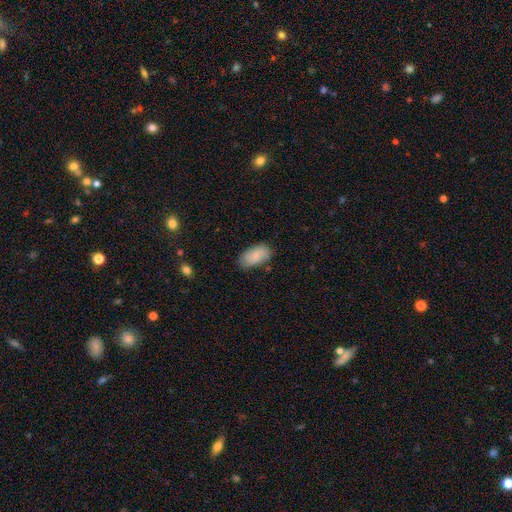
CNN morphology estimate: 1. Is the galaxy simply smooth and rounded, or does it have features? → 83% smooth, 11% featured or disk, 6% star or artifact.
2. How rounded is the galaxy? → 94% in between, 3% round, 3% cigar-shaped.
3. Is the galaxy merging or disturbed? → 77% none, 18% minor disturbance, 3% major disturbance, 2% merger.